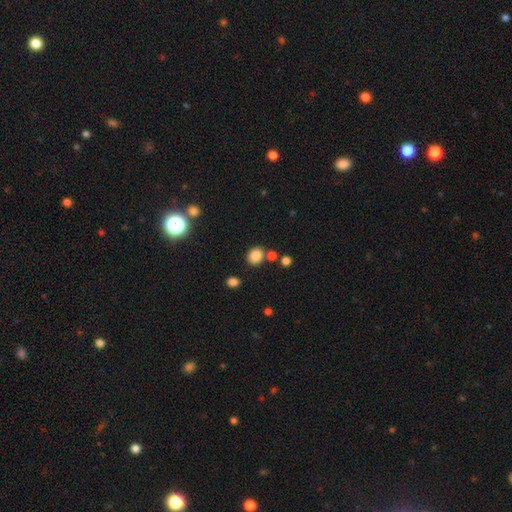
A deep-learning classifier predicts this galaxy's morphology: This appears to be a smooth galaxy with no disk features (84%) that is round (64%). Merging: none (75%).